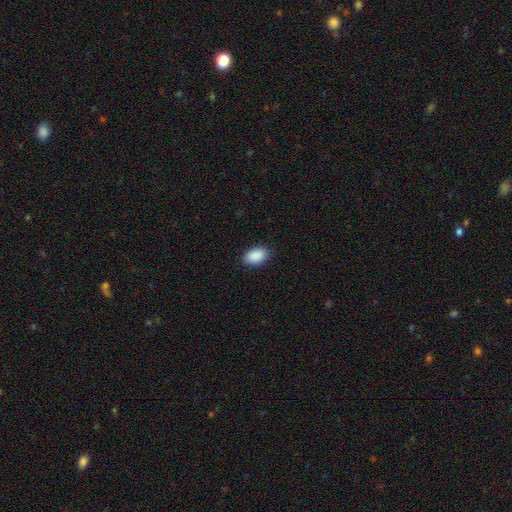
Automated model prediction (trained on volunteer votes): Smooth or featured? smooth (91%)
How rounded? in between (90%)
Merging? none (87%)